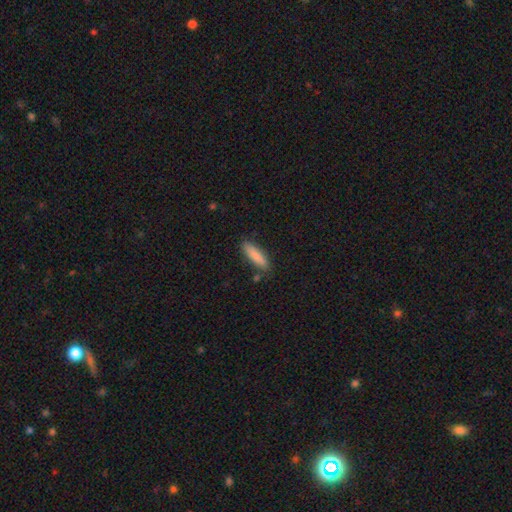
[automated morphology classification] The model was most divided on "how rounded": cigar-shaped: 69%, in between: 29%, round: 1%. More confident: smooth or featured — smooth (86%); merging — none (83%).